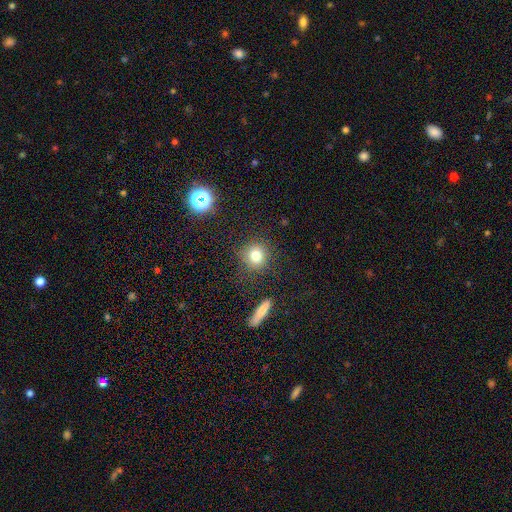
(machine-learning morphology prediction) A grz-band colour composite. It shows a smooth galaxy with no disk features (79%) that is round (88%). Merging: none (86%).